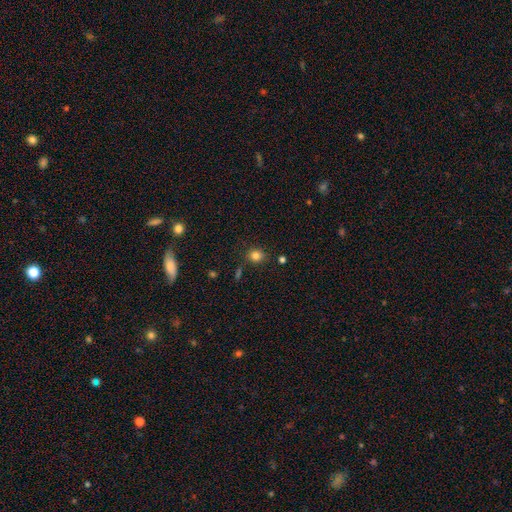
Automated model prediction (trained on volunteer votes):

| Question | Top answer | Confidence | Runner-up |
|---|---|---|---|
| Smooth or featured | smooth | 81% | star or artifact (13%) |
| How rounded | round | 69% | in between (30%) |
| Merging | none | 80% | minor disturbance (13%) |